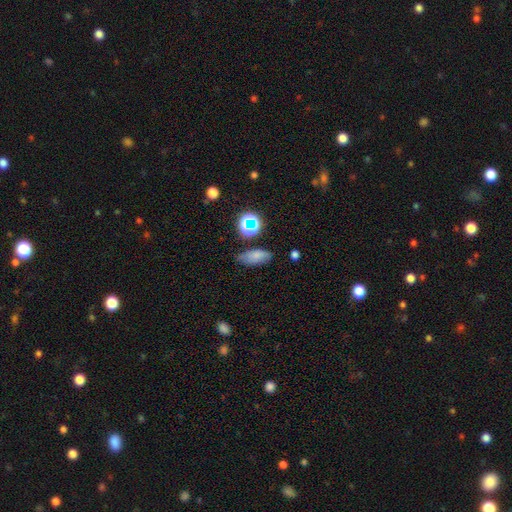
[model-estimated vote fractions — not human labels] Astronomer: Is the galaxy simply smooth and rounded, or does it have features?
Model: smooth — 71%.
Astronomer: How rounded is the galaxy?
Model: in between — 81%.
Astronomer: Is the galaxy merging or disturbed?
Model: none — 65%.